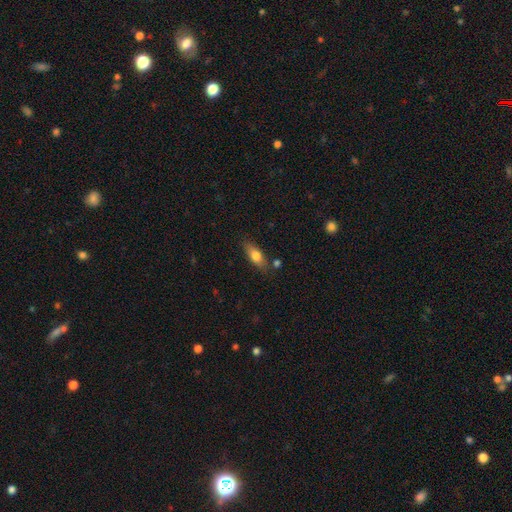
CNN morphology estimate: Smooth or featured? smooth (72%)
How rounded? in between (70%)
Merging? none (78%)